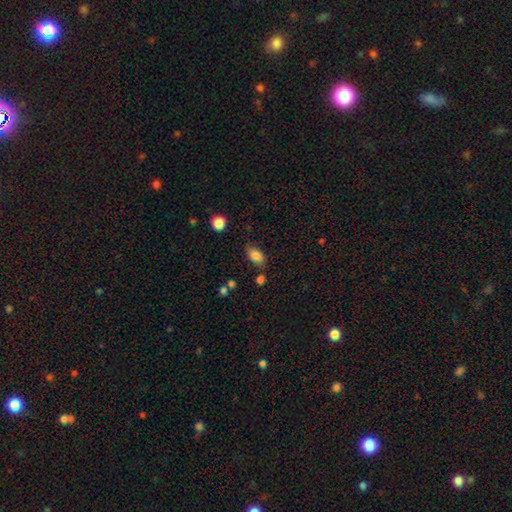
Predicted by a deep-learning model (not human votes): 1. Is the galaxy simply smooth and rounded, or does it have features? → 84% smooth, 9% star or artifact, 7% featured or disk.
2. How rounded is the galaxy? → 89% in between, 8% round, 3% cigar-shaped.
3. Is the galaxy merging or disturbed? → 70% none, 20% minor disturbance, 5% merger, 5% major disturbance.